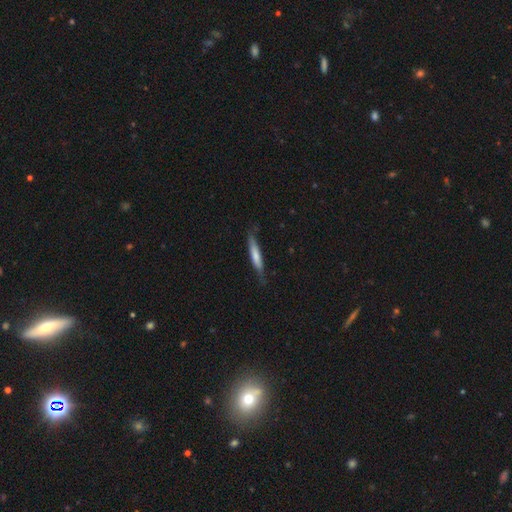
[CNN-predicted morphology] Smooth or featured: smooth — 64% (featured or disk — 31%)
How rounded: cigar-shaped — 88% (in between — 10%)
Merging: none — 73% (minor disturbance — 22%)